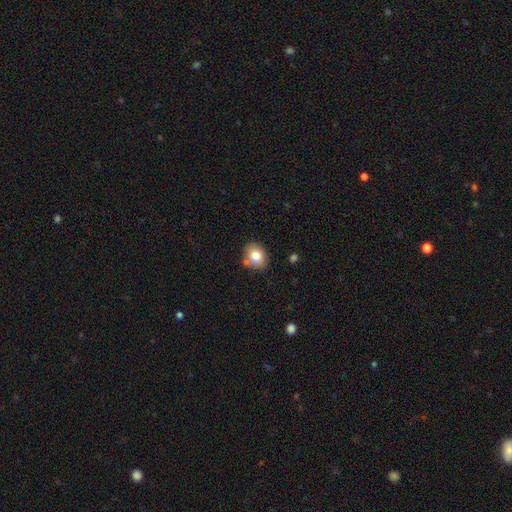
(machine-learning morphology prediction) Smooth or featured?
  - smooth: 80% *
  - featured or disk: 11%
  - star or artifact: 9%
How rounded?
  - in between: 52% *
  - round: 47%
  - cigar-shaped: 1%
Merging?
  - none: 71% *
  - minor disturbance: 16%
  - merger: 10%
  - major disturbance: 3%